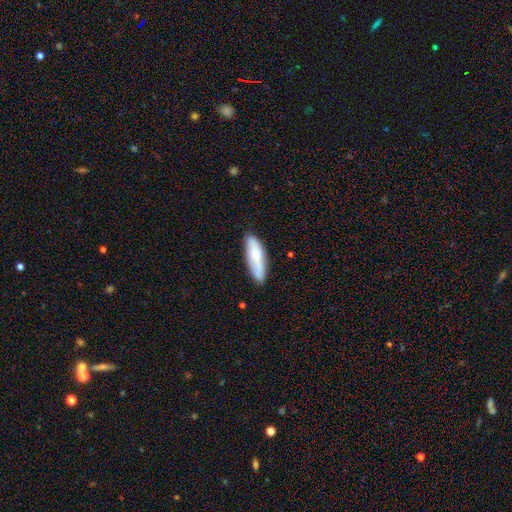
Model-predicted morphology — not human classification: smooth 70%, featured or disk 24%, star or artifact 6%. Down the decision tree: how rounded — cigar-shaped (50%); merging — none (75%).